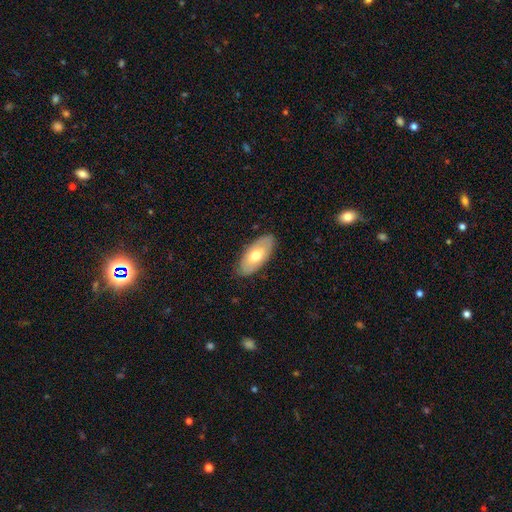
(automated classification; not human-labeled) smooth 59%, featured or disk 36%, star or artifact 5%. Down the decision tree: how rounded — in between (92%); merging — none (84%).